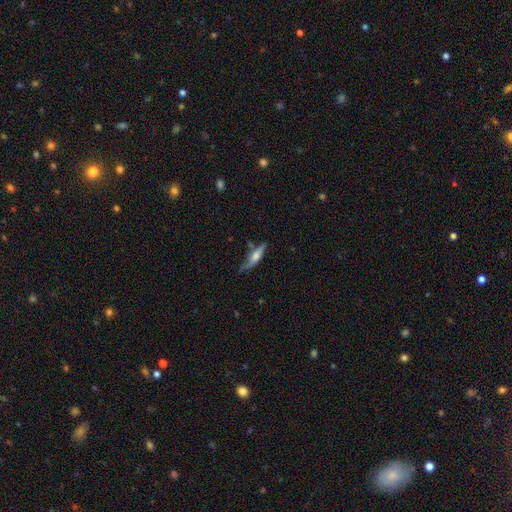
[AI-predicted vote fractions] Smooth or featured: featured or disk — 50% (smooth — 44%)
Merging: none — 56% (minor disturbance — 28%)